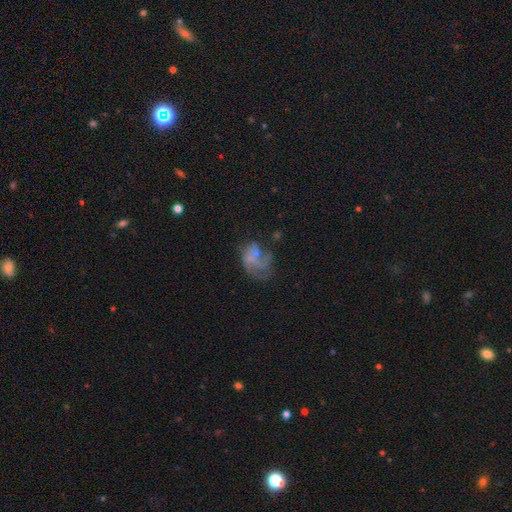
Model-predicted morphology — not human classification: smooth-or-featured: featured or disk: 59% | smooth: 28% | star or artifact: 13%
  disk-edge-on: no: 98% | yes: 2%
    bar: no: 80% | weak: 18% | strong: 3%
    has-spiral-arms: yes: 60% | no: 40%
    bulge-size: none: 50% | small: 37% | moderate: 11% | large: 2% | dominant: 1%
  merging: major disturbance: 38% | none: 36% | minor disturbance: 20% | merger: 6%